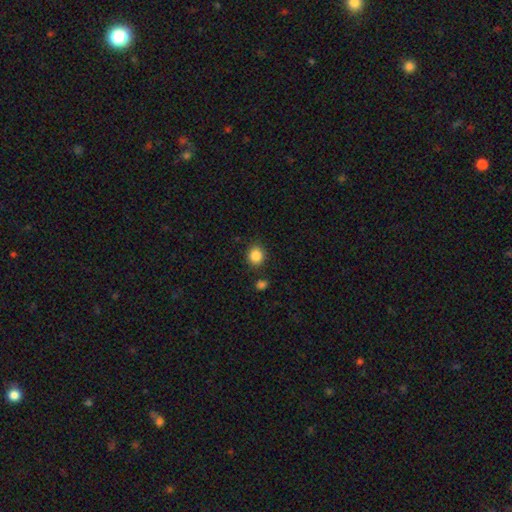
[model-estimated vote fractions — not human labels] Smooth or featured: smooth — 86% (star or artifact — 10%)
How rounded: round — 81% (in between — 18%)
Merging: none — 85% (minor disturbance — 9%)